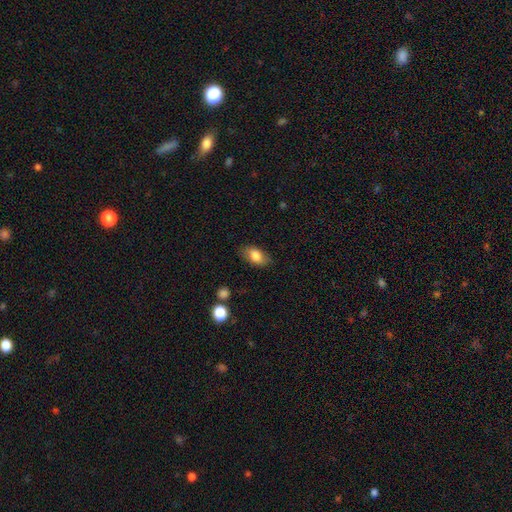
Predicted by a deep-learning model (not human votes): Overall: smooth (80%). How rounded: in between (90%). Merging: none (81%).